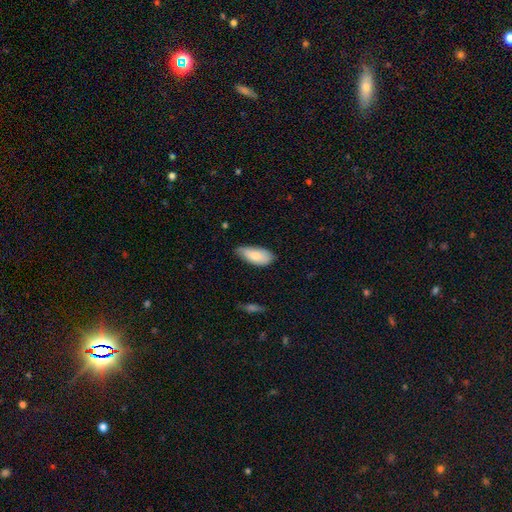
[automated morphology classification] Overall: smooth (79%). How rounded: in between (90%). Merging: none (60%; minor disturbance 33%).